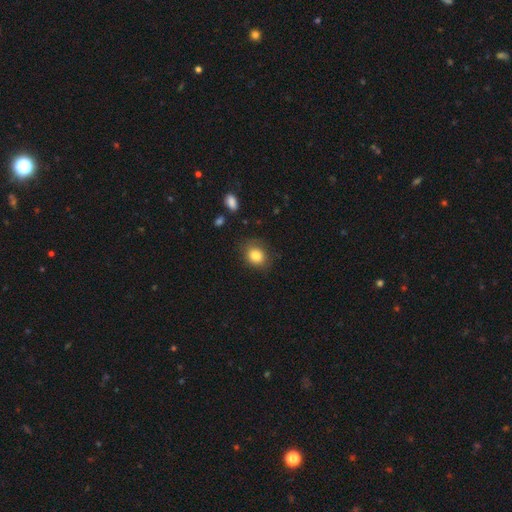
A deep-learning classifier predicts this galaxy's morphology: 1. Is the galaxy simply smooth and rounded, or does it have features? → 83% smooth, 9% star or artifact, 7% featured or disk.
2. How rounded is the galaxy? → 55% round, 44% in between, 1% cigar-shaped.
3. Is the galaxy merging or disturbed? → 78% none, 16% minor disturbance, 4% major disturbance, 2% merger.